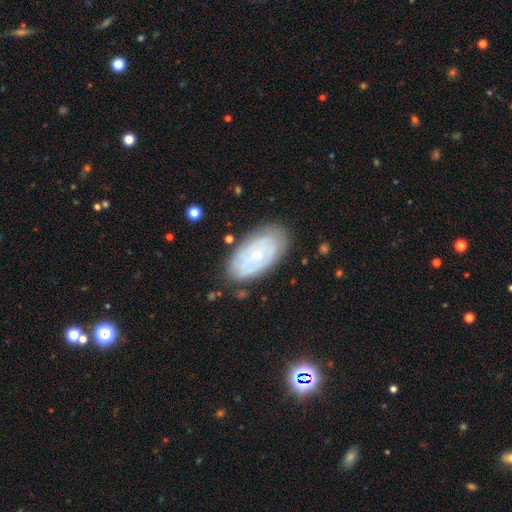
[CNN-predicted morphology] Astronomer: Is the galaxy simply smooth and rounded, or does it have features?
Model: featured or disk — 62%.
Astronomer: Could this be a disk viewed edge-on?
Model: no — 94%.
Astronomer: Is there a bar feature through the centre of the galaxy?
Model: no — 74%.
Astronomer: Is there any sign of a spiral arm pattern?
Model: yes — 78%.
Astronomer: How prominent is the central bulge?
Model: small — 76%.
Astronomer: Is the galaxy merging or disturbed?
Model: none — 77%.